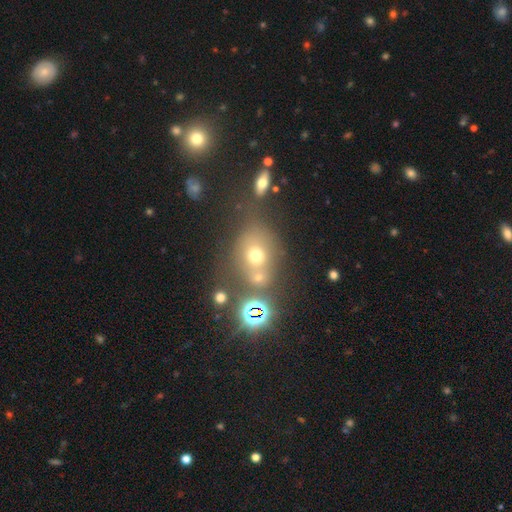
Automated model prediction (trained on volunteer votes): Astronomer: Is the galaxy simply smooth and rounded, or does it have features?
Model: smooth — 57%.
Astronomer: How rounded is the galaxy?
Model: round — 61% (runner-up: in between, 37%).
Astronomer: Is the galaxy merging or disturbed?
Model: none — 48% (runner-up: merger, 30%).